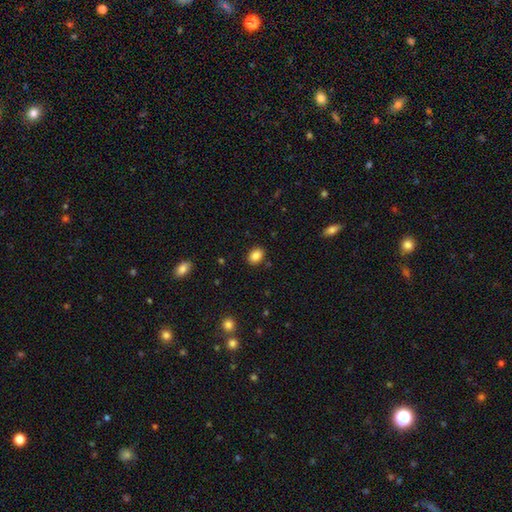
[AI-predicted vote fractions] This appears to be a smooth galaxy with no disk features (87%) that is in between round and cigar-shaped (76%). Merging: none (87%).